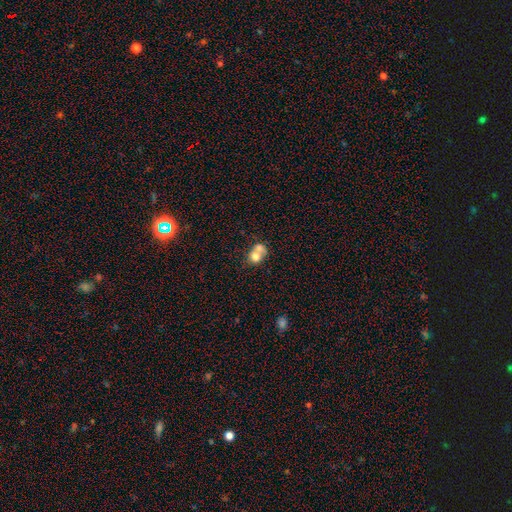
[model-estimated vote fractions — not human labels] This appears to be a smooth galaxy with no disk features (68%) that is round (62%). Merging: merger (67%).